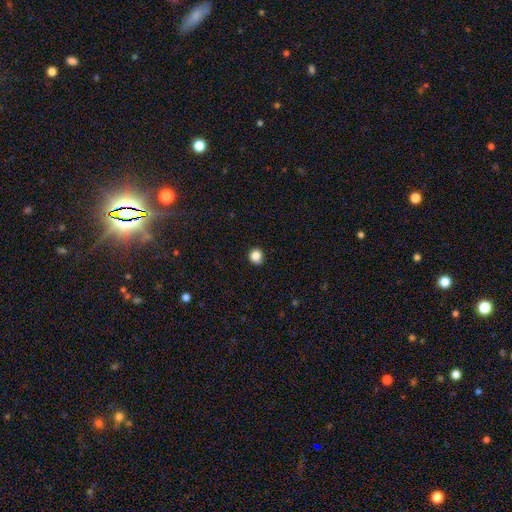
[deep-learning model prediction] smooth 85%, star or artifact 11%, featured or disk 4%. Down the decision tree: how rounded — round (88%); merging — none (89%).